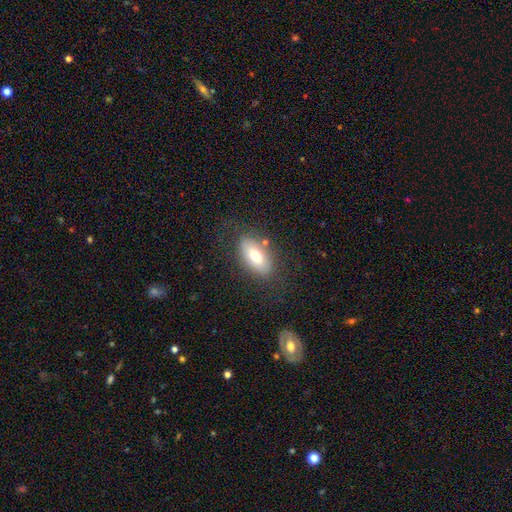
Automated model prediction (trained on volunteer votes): Smooth or featured? smooth (69%)
How rounded? in between (89%)
Merging? none (75%)